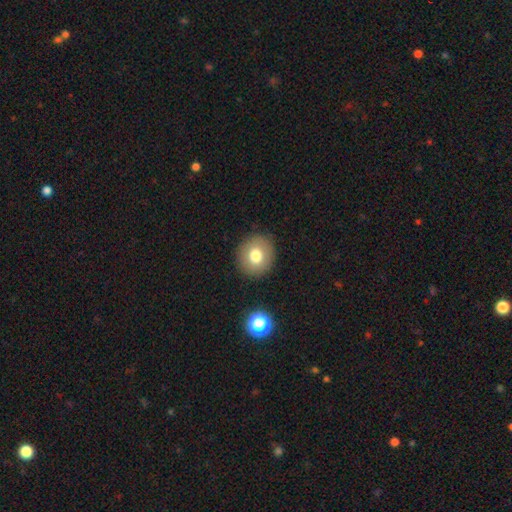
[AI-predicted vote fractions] smooth_or_featured: smooth (p=0.75) [alt: featured or disk p=0.14]
how_rounded: round (p=0.86) [alt: in between p=0.13]
merging: none (p=0.90) [alt: minor disturbance p=0.07]